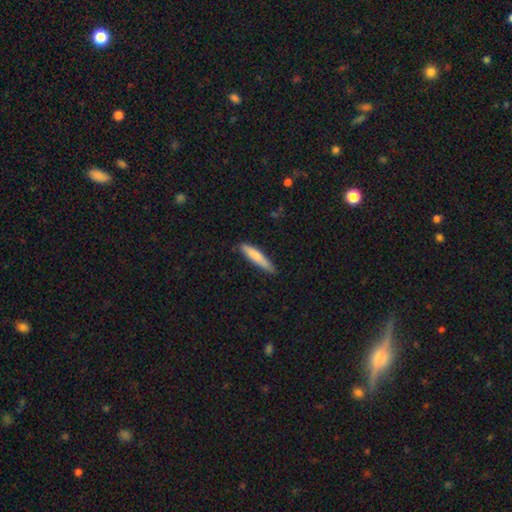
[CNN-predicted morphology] A smooth galaxy with no disk features (78%) that is cigar-shaped (88%). Merging: none (77%).